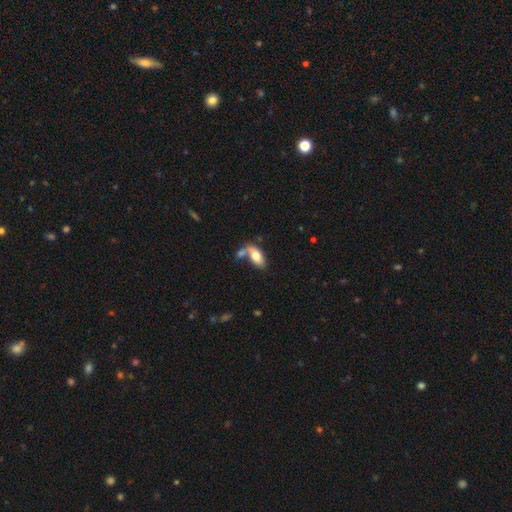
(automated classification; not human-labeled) smooth 73%, featured or disk 21%, star or artifact 6%. Down the decision tree: how rounded — in between (88%); merging — merger (41%).